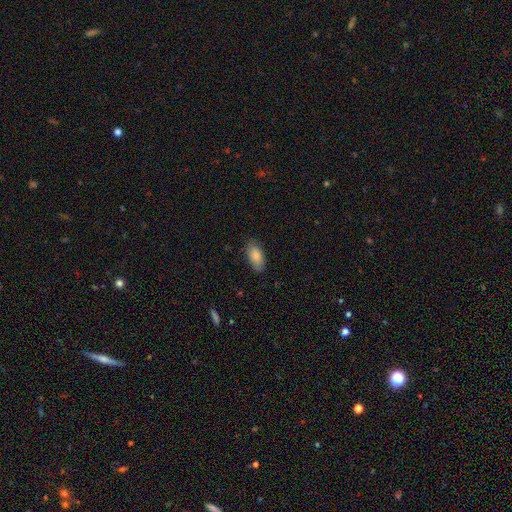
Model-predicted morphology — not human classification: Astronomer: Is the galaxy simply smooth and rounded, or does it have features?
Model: smooth — 84%.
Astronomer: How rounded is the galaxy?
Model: in between — 92%.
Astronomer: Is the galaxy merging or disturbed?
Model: none — 81%.